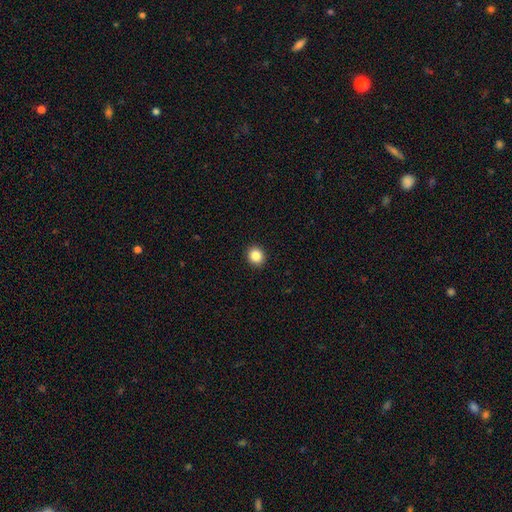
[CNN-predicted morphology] Overall: smooth (86%). How rounded: round (80%). Merging: none (92%).